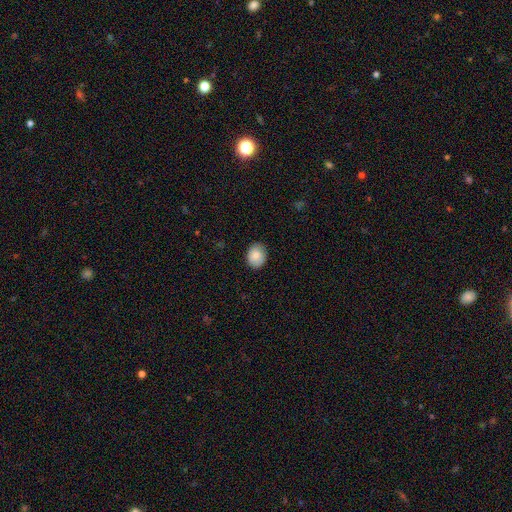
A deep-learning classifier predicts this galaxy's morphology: A smooth galaxy with no disk features (87%) that is in between round and cigar-shaped (61%).

Vote fractions:
- Smooth or featured? smooth: 87% / star or artifact: 7% / featured or disk: 6%
- How rounded? in between: 61% / round: 38% / cigar-shaped: 1%
- Merging? none: 84% / minor disturbance: 12% / major disturbance: 2% / merger: 1%